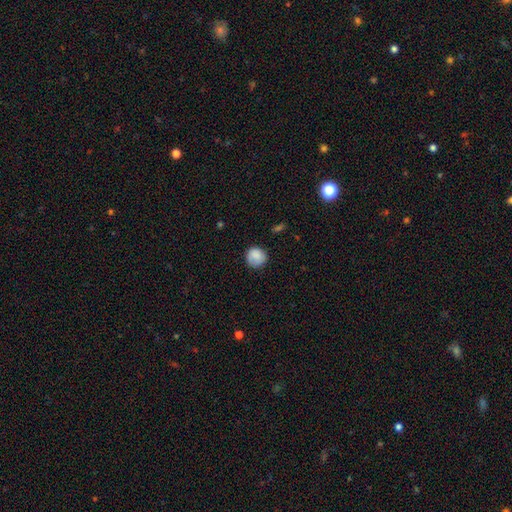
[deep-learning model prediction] The model was most divided on "merging": none: 80%, minor disturbance: 15%, major disturbance: 3%, merger: 1%. More confident: how rounded — round (92%); smooth or featured — smooth (86%).